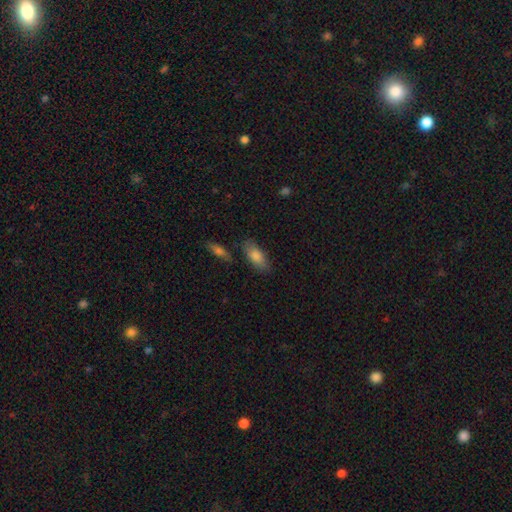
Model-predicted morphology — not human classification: A smooth galaxy with no disk features (81%) that is in between round and cigar-shaped (84%).

Vote fractions:
- Smooth or featured? smooth: 81% / featured or disk: 12% / star or artifact: 7%
- How rounded? in between: 84% / cigar-shaped: 14% / round: 3%
- Merging? none: 76% / minor disturbance: 14% / merger: 6% / major disturbance: 4%